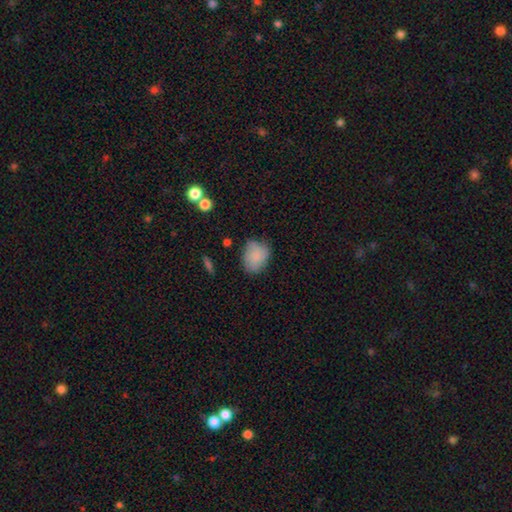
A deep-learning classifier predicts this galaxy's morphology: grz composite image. It shows a smooth galaxy with no disk features (82%) that is in between round and cigar-shaped (59%). Merging: none (64%).